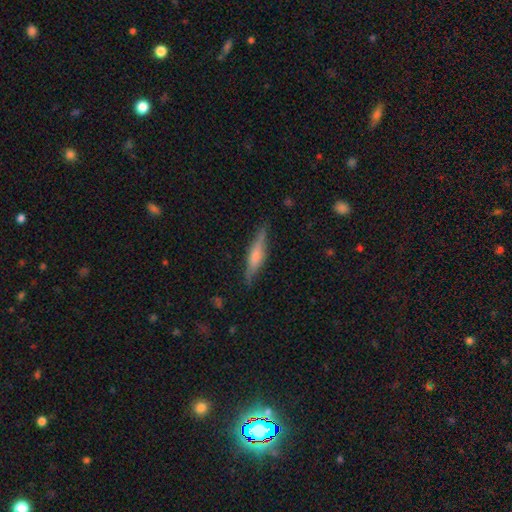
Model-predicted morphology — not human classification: Overall: featured or disk (57%; smooth 36%). Edge-on disk: yes (96%). Edge-on bulge: rounded (63%). Merging: none (85%).